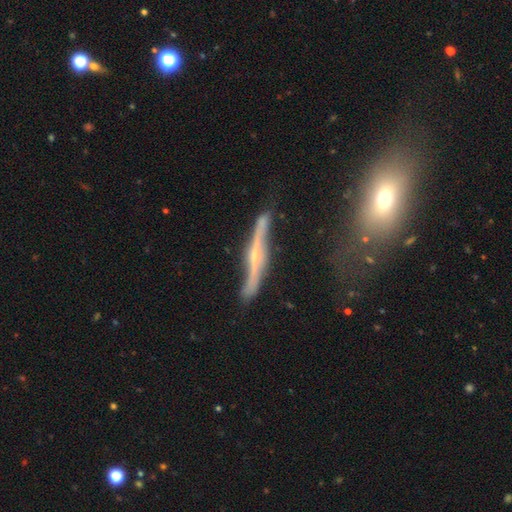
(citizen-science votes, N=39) smooth_or_featured: featured or disk (p=0.90) [alt: star or artifact p=0.08]
disk_edge_on: yes (p=0.83) [alt: no p=0.17]
edge_on_bulge: rounded (p=0.69) [alt: none p=0.31]
merging: none (p=0.69) [alt: minor disturbance p=0.22]